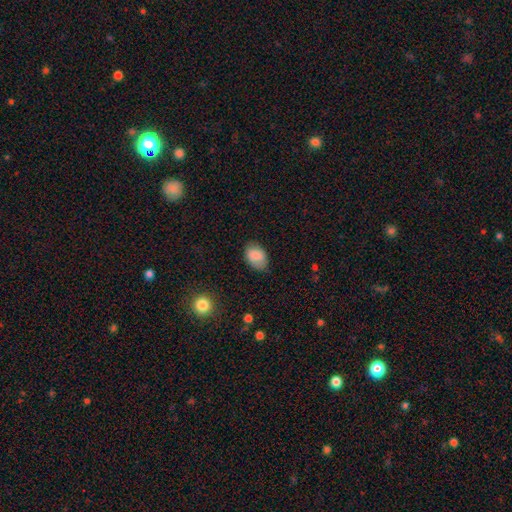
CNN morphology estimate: Smooth or featured? Predicted: smooth (p=0.85). How rounded? Predicted: in between (p=0.83). Merging? Predicted: none (p=0.74).